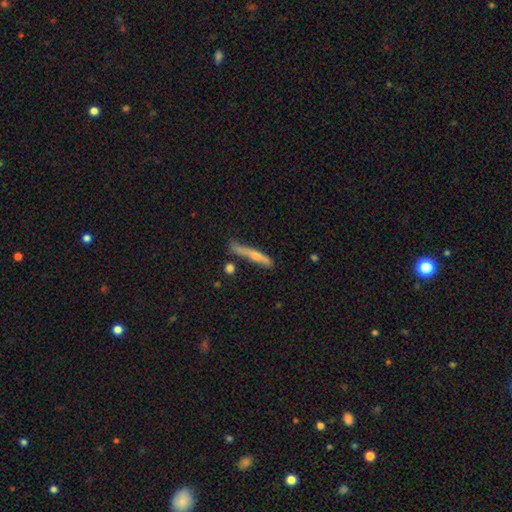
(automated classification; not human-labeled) A featured or disk galaxy (52%) viewed edge-on (92%).

Vote fractions:
- Smooth or featured? featured or disk: 52% / smooth: 42% / star or artifact: 7%
- Edge-on disk? yes: 92% / no: 8%
- Merging? none: 71% / minor disturbance: 19% / merger: 6% / major disturbance: 4%